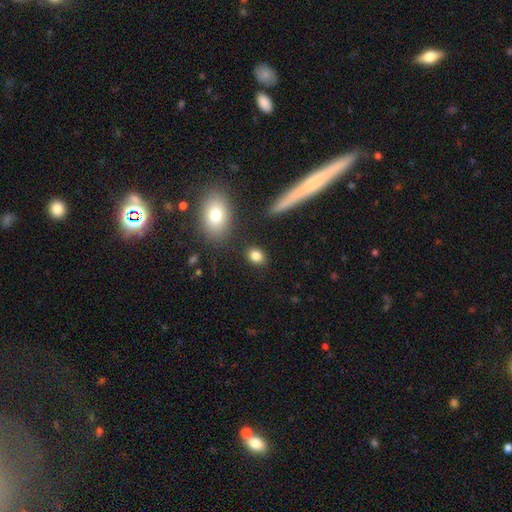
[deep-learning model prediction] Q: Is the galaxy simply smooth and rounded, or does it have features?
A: smooth — 83%.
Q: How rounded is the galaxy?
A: in between — 60%.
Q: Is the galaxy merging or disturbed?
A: none — 85%.